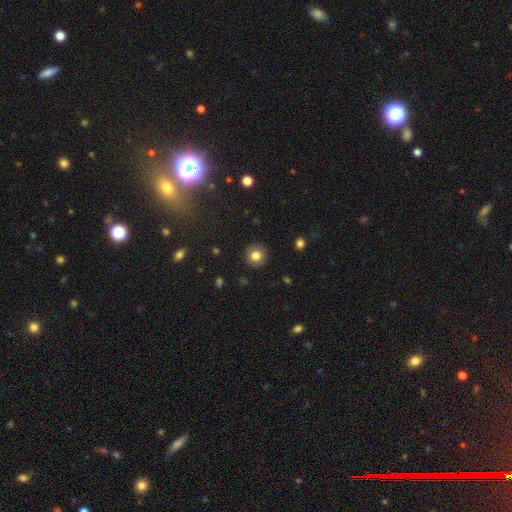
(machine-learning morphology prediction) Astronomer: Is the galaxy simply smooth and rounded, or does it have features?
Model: smooth — 81%.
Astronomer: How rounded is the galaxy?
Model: round — 92%.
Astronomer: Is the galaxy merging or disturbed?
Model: none — 90%.